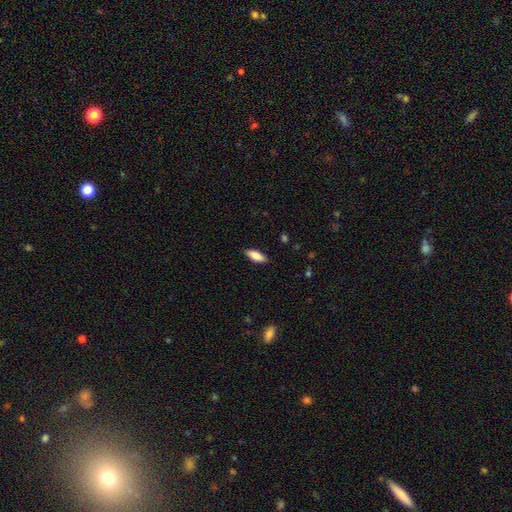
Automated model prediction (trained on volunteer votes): smooth_or_featured: smooth (p=0.83) [alt: featured or disk p=0.10]
how_rounded: in between (p=0.72) [alt: cigar-shaped p=0.26]
merging: none (p=0.87) [alt: minor disturbance p=0.10]